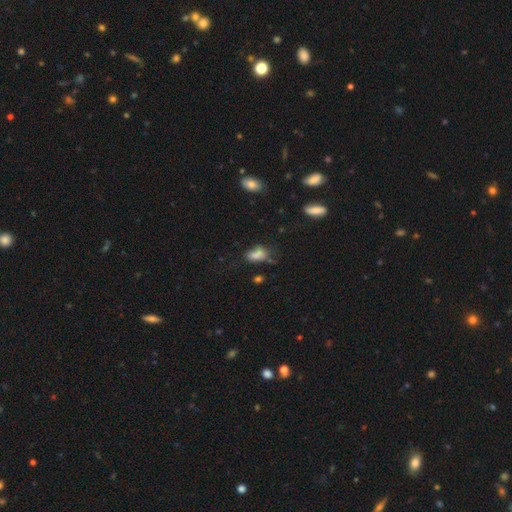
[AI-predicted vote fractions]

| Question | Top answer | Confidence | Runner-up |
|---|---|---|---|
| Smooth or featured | smooth | 73% | star or artifact (14%) |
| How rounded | in between | 86% | round (10%) |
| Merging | none | 43% | minor disturbance (30%) |